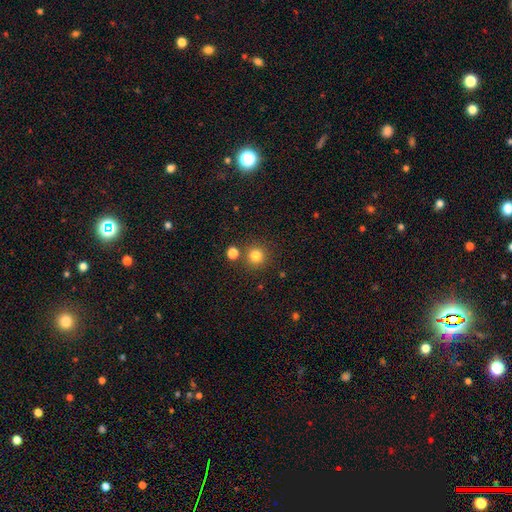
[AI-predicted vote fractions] Smooth or featured: smooth — 81% (star or artifact — 14%)
How rounded: round — 94% (in between — 5%)
Merging: none — 83% (merger — 8%)